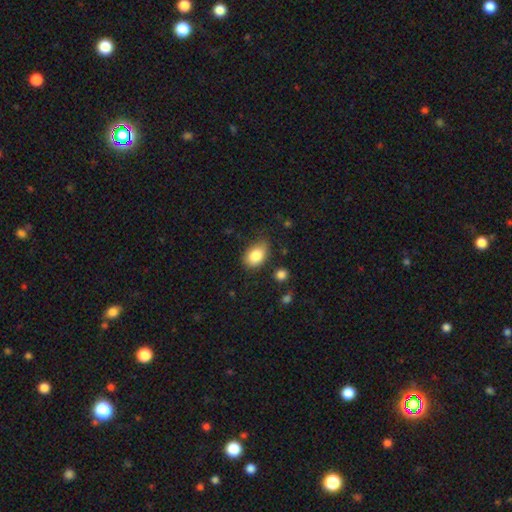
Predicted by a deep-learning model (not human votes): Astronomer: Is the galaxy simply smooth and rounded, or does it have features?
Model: smooth — 85%.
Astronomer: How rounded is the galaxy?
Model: in between — 78%.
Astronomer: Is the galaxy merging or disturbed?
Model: none — 66%.